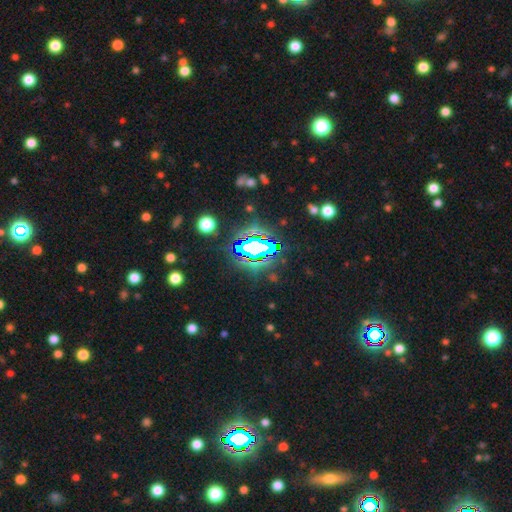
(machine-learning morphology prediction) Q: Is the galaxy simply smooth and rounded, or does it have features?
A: star or artifact — 77%.